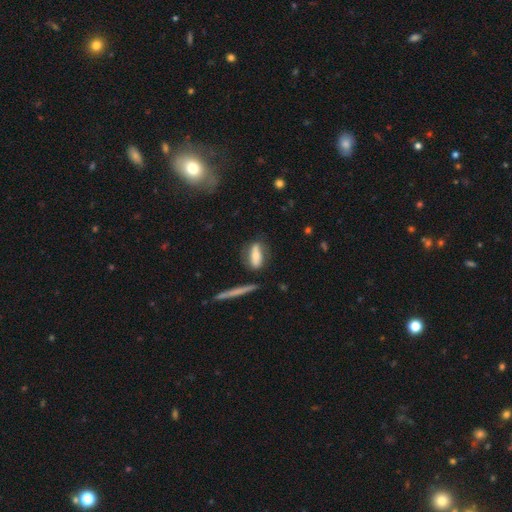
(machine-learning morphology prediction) smooth-or-featured: smooth: 53% | featured or disk: 39% | star or artifact: 8%
  how-rounded: in between: 59% | cigar-shaped: 36% | round: 5%
  merging: none: 69% | minor disturbance: 18% | major disturbance: 7% | merger: 7%